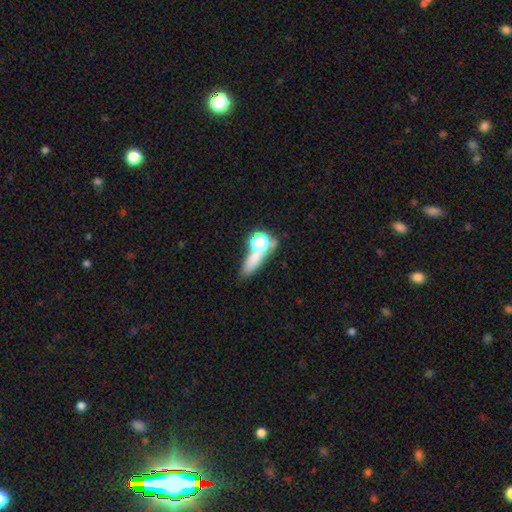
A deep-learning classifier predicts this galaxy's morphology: Smooth or featured? Predicted: smooth (p=0.64). How rounded? Predicted: in between (p=0.38). Merging? Predicted: none (p=0.48).